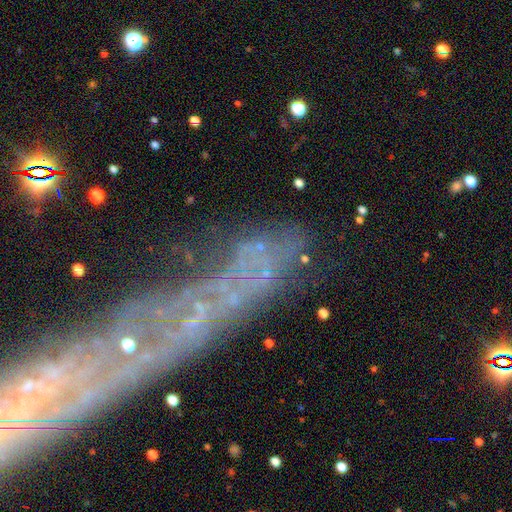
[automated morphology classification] This is marginally a featured or disk galaxy (41%, tied with star or artifact). Merging: likely none (65%).